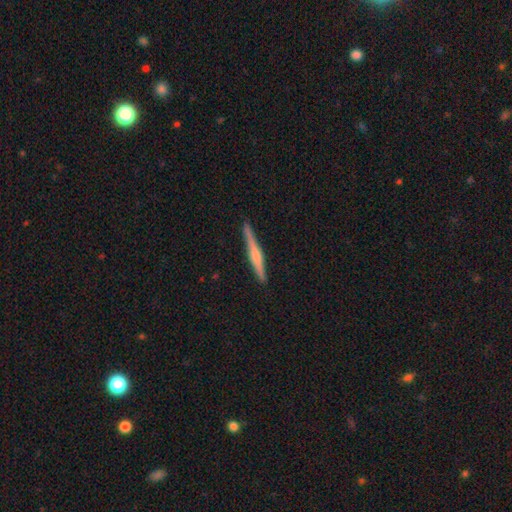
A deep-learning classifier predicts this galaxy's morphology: The model was most divided on "smooth or featured": featured or disk: 62%, smooth: 33%, star or artifact: 6%. More confident: edge-on disk — yes (98%); merging — none (90%); edge-on bulge — rounded (64%).